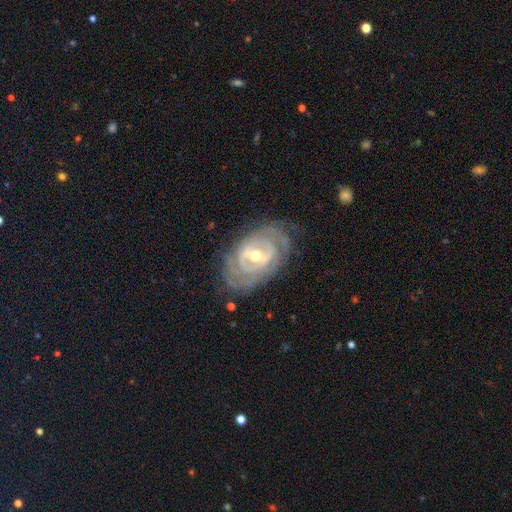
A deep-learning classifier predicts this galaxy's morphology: The model was most divided on "spiral arm count": can't tell: 40%, 2: 30%, 3: 14%, 4: 7%, 1: 5%, more than 4: 4%. Remaining: edge-on disk — no (95%); spiral arms — yes (90%); smooth or featured — featured or disk (87%); merging — none (72%); spiral winding — tight (72%); bulge size — moderate (58%); bar — weak (45%).